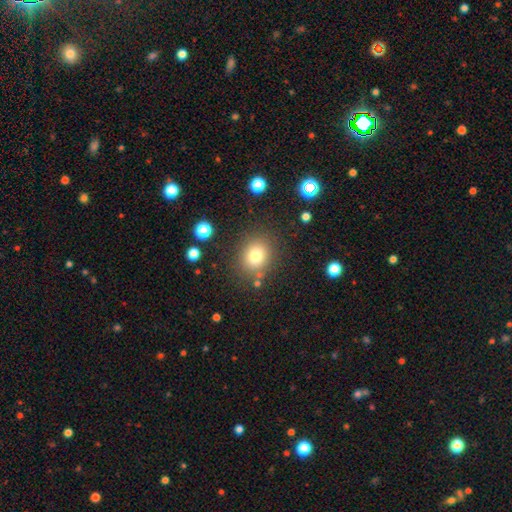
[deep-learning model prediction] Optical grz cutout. It shows a smooth galaxy with no disk features (77%) that is round (74%). Merging: none (82%).